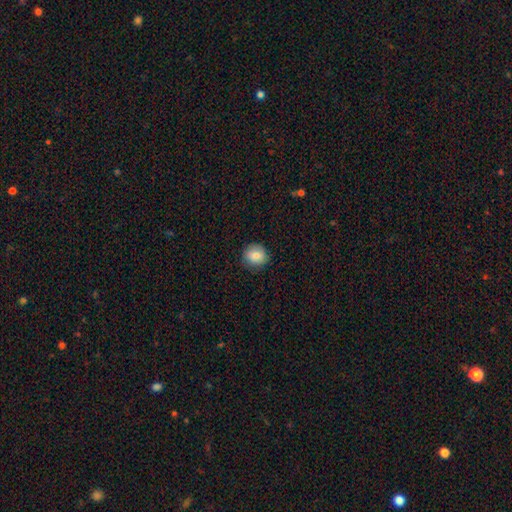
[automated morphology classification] Smooth or featured? Predicted: smooth (p=0.82). How rounded? Predicted: round (p=0.78). Merging? Predicted: none (p=0.85).